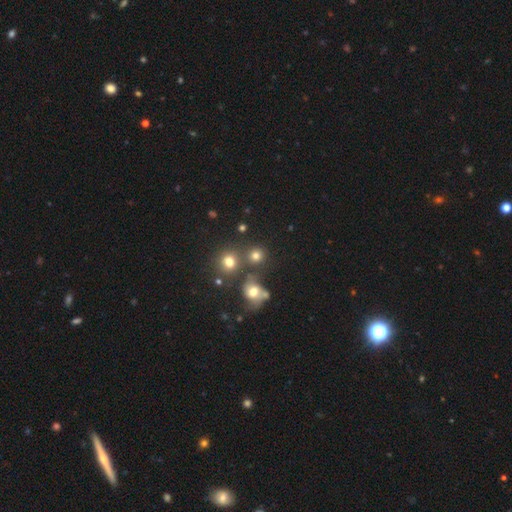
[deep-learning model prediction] Smooth or featured: smooth — 76% (star or artifact — 16%)
How rounded: round — 88% (in between — 11%)
Merging: none — 67% (merger — 19%)